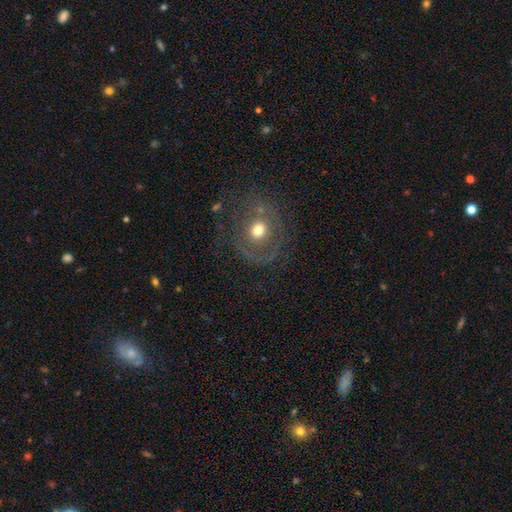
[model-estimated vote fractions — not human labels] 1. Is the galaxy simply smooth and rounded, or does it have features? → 55% featured or disk, 27% smooth, 18% star or artifact.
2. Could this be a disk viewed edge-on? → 95% no, 5% yes.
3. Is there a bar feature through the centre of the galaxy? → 70% no, 22% weak, 8% strong.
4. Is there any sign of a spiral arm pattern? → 61% yes, 39% no.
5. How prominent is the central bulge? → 68% moderate, 16% small, 12% large, 2% dominant, 2% none.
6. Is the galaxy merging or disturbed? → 79% none, 11% minor disturbance, 8% major disturbance, 2% merger.